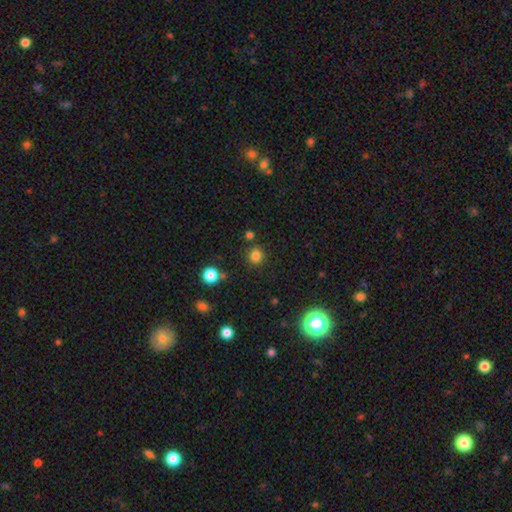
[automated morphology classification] Q: Smooth or featured?
A: smooth (80%); runner-up: star or artifact (15%)
Q: How rounded?
A: round (90%); runner-up: in between (9%)
Q: Merging?
A: none (85%); runner-up: minor disturbance (8%)